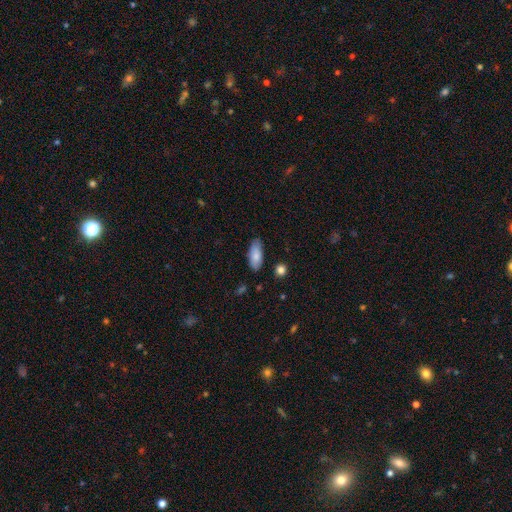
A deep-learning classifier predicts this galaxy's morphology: A smooth galaxy with no disk features (82%) that is in between round and cigar-shaped (85%).

Vote fractions:
- Smooth or featured? smooth: 82% / featured or disk: 12% / star or artifact: 6%
- How rounded? in between: 85% / cigar-shaped: 13% / round: 2%
- Merging? none: 78% / minor disturbance: 17% / major disturbance: 3% / merger: 2%